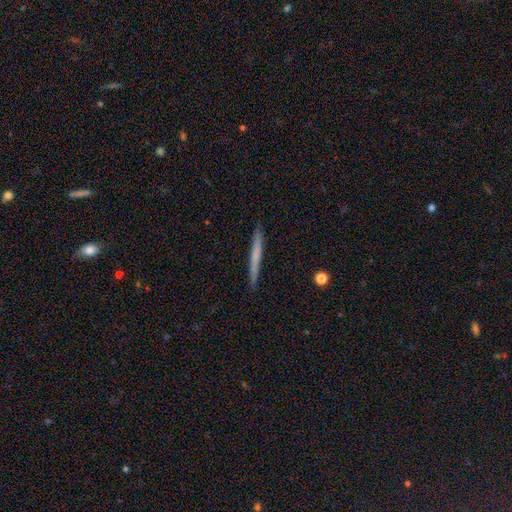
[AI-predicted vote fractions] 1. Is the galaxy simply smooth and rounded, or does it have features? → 58% smooth, 36% featured or disk, 6% star or artifact.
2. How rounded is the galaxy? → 97% cigar-shaped, 2% in between, 1% round.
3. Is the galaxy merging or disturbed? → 91% none, 6% minor disturbance, 1% major disturbance, 1% merger.